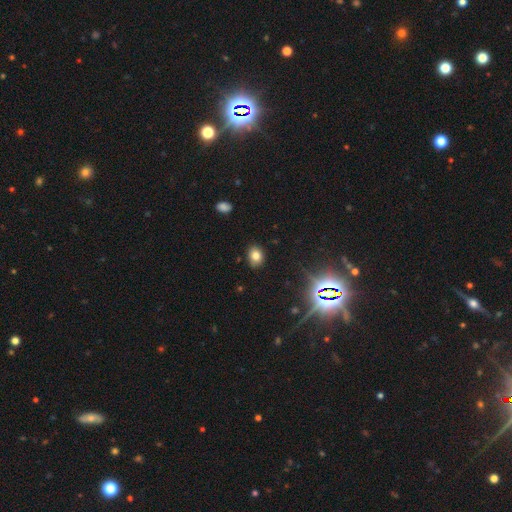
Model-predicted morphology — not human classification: This is likely a smooth galaxy (77%). How rounded: likely in between (64%). Merging: clearly none (85%).